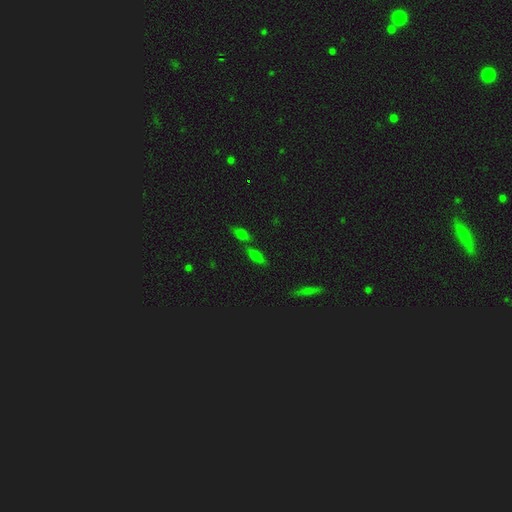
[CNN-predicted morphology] smooth_or_featured: smooth (p=0.58) [alt: featured or disk p=0.23]
how_rounded: in between (p=0.64) [alt: cigar-shaped p=0.30]
merging: none (p=0.59) [alt: merger p=0.27]